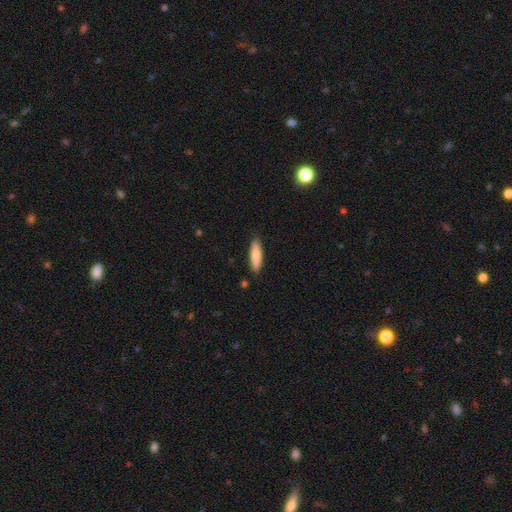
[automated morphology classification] smooth_or_featured: smooth (p=0.81) [alt: featured or disk p=0.14]
how_rounded: cigar-shaped (p=0.62) [alt: in between p=0.36]
merging: none (p=0.86) [alt: minor disturbance p=0.11]